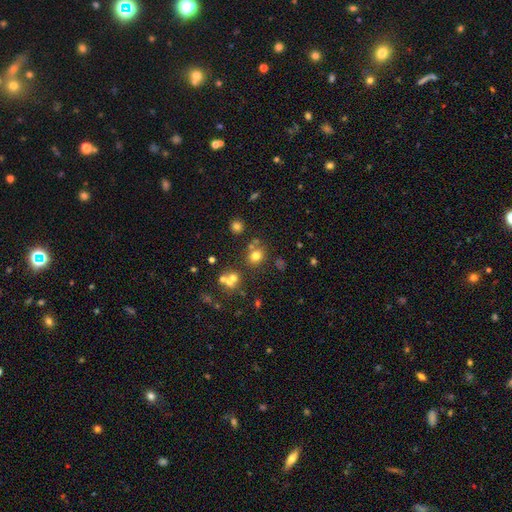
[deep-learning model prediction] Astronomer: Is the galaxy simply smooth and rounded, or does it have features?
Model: smooth — 68%.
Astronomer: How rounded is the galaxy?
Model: round — 79%.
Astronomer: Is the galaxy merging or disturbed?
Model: none — 67%.